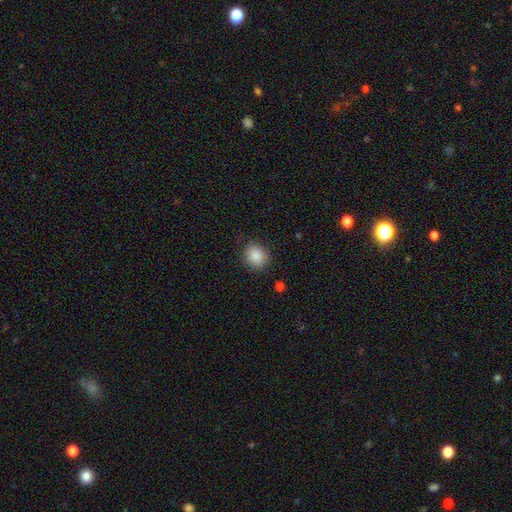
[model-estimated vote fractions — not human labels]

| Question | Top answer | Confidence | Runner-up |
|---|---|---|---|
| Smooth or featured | smooth | 88% | star or artifact (8%) |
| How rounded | round | 69% | in between (31%) |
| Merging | none | 85% | minor disturbance (11%) |